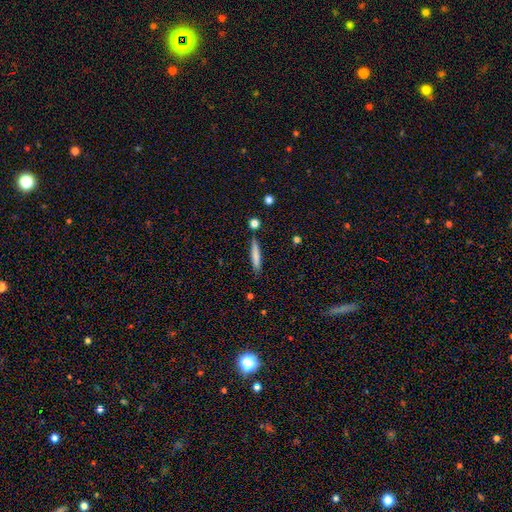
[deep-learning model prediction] smooth_or_featured: smooth (p=0.78) [alt: featured or disk p=0.15]
how_rounded: cigar-shaped (p=0.92) [alt: in between p=0.07]
merging: none (p=0.85) [alt: minor disturbance p=0.10]